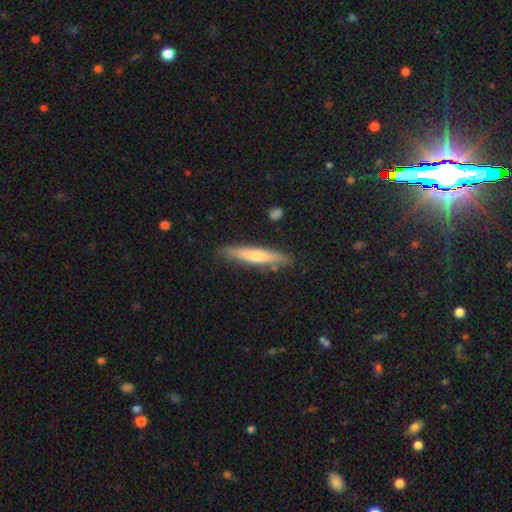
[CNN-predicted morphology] A smooth galaxy with no disk features (56%) that is cigar-shaped (91%).

Vote fractions:
- Smooth or featured? smooth: 56% / featured or disk: 38% / star or artifact: 6%
- How rounded? cigar-shaped: 91% / in between: 8% / round: 1%
- Merging? none: 87% / minor disturbance: 10% / major disturbance: 2% / merger: 2%